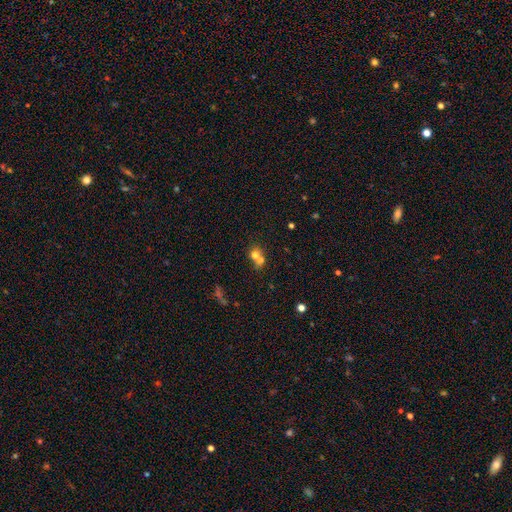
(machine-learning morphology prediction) Overall: smooth (67%). How rounded: round (76%). Merging: merger (61%; none 29%).